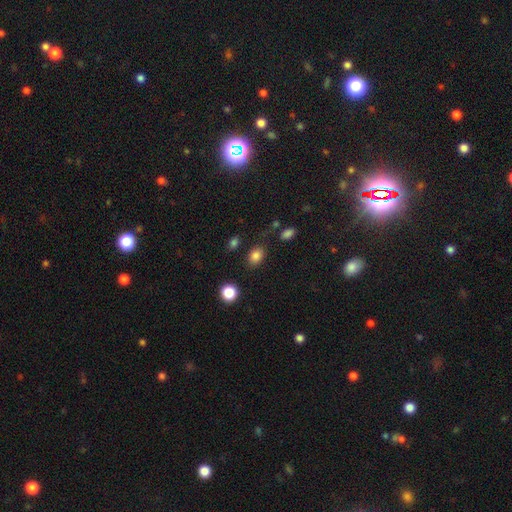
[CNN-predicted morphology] smooth-or-featured: smooth: 83% | star or artifact: 11% | featured or disk: 6%
  how-rounded: in between: 70% | round: 28% | cigar-shaped: 1%
  merging: none: 80% | minor disturbance: 13% | major disturbance: 4% | merger: 4%